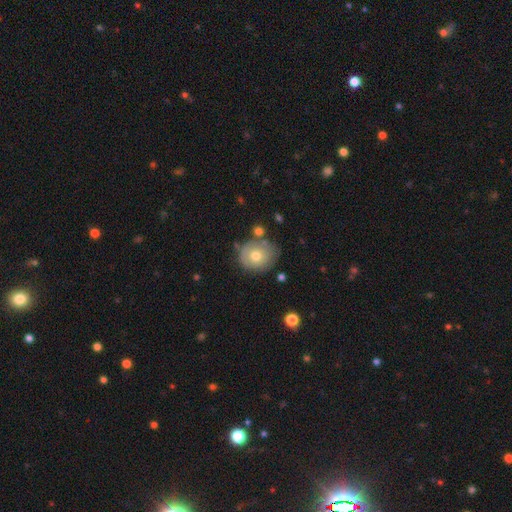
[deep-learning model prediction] Overall: smooth (67%). How rounded: round (76%). Merging: none (66%).